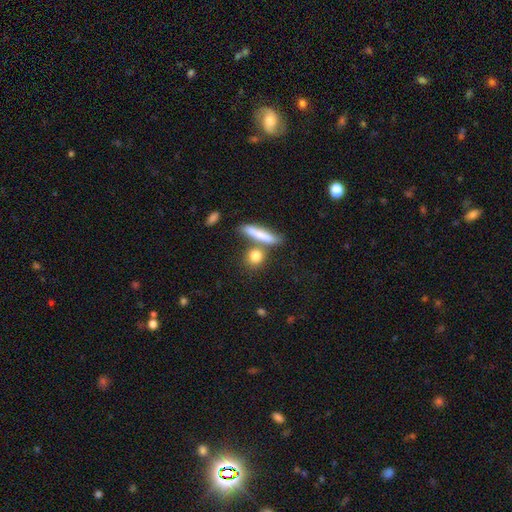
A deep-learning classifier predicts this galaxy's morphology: type=smooth (80%); roundness=round (57%); merging=none (65%).